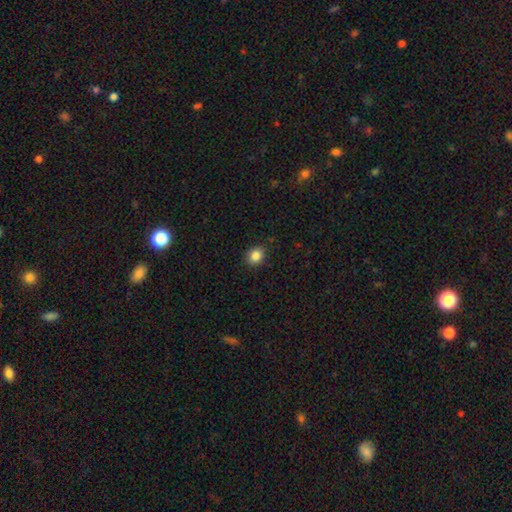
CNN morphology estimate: Smooth or featured? smooth (85%)
How rounded? round (62%)
Merging? none (86%)